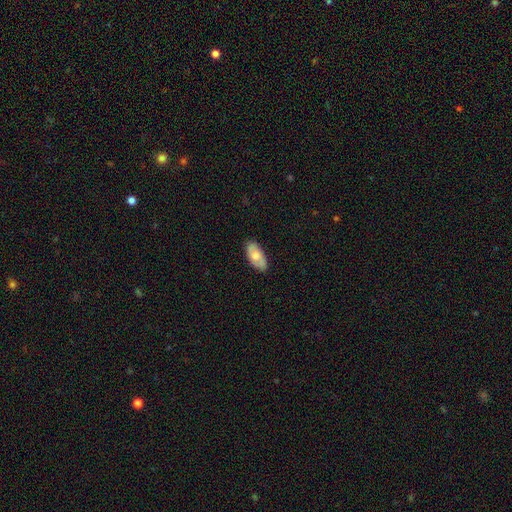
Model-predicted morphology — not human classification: Smooth or featured: smooth — 60% (featured or disk — 34%)
How rounded: in between — 92% (cigar-shaped — 5%)
Merging: none — 85% (minor disturbance — 12%)